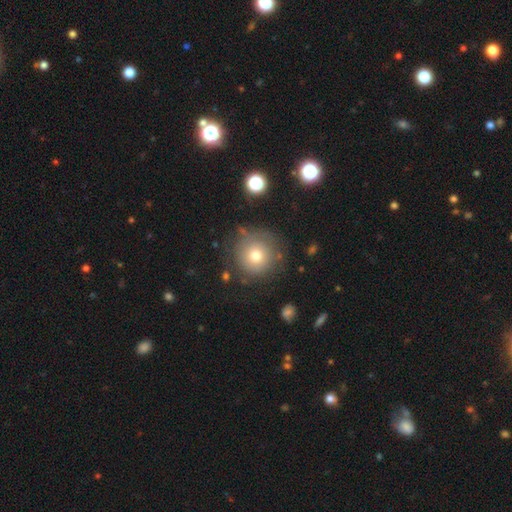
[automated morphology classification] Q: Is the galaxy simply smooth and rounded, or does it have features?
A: smooth — 70%.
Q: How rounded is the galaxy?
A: round — 95%.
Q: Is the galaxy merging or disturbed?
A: none — 76%.